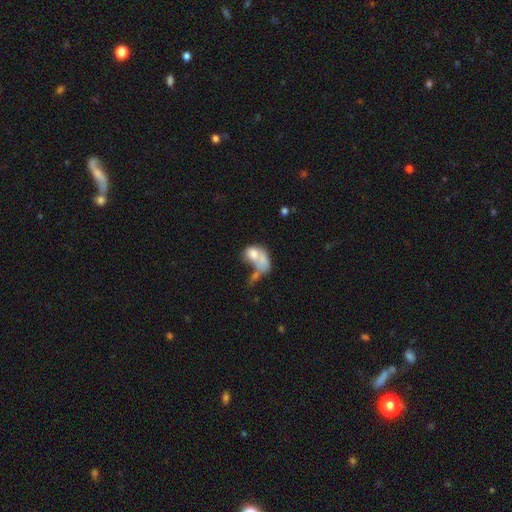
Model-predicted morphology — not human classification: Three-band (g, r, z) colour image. It shows a smooth galaxy with no disk features (61%) that is in between round and cigar-shaped (81%). Merging: merger (54%).